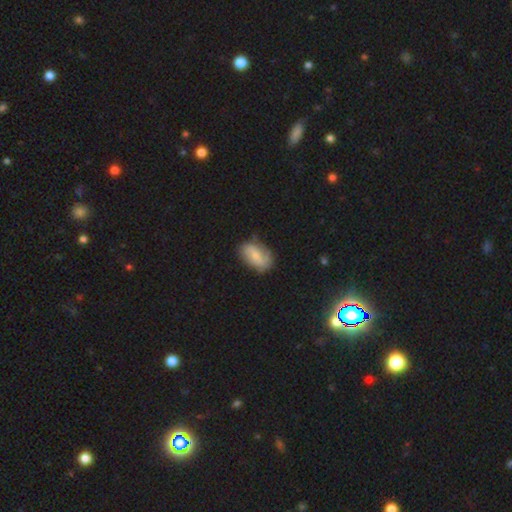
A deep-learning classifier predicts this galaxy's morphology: A smooth galaxy with no disk features (48%). Merging: none (69%).